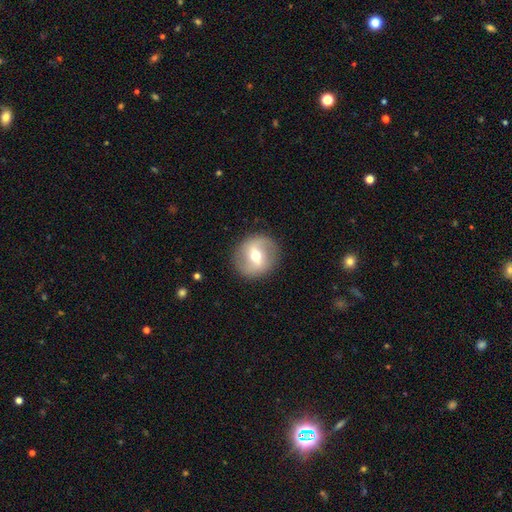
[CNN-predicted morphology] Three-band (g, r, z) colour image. It shows a featured or disk galaxy (59%) with a weak bar (41%), no spiral arms (51%) and a moderate central bulge (72%). Merging: none (88%).